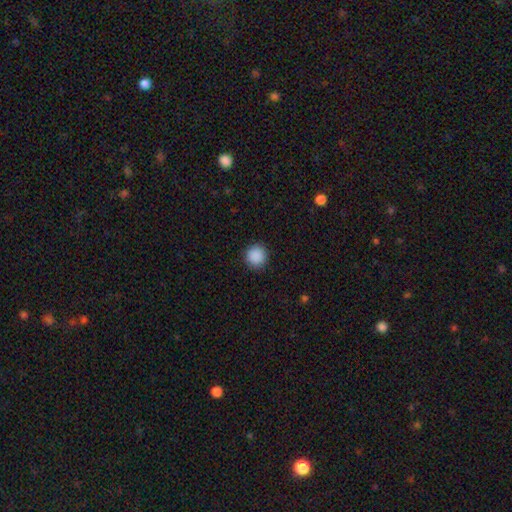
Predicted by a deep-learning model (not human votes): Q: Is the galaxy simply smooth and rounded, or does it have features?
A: smooth — 89%.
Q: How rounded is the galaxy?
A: round — 94%.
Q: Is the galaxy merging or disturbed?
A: none — 91%.